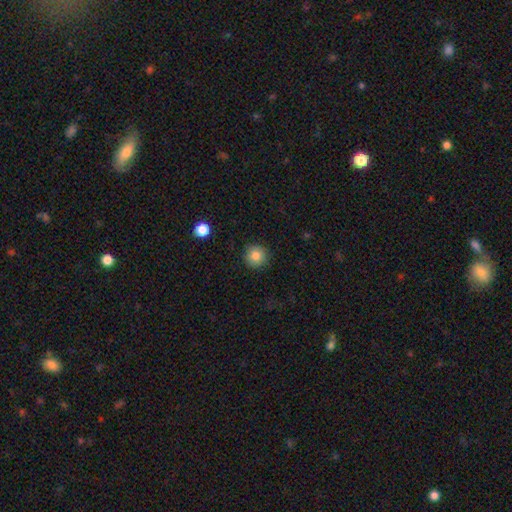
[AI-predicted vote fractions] smooth 82%, star or artifact 10%, featured or disk 7%. Down the decision tree: how rounded — round (95%); merging — none (91%).